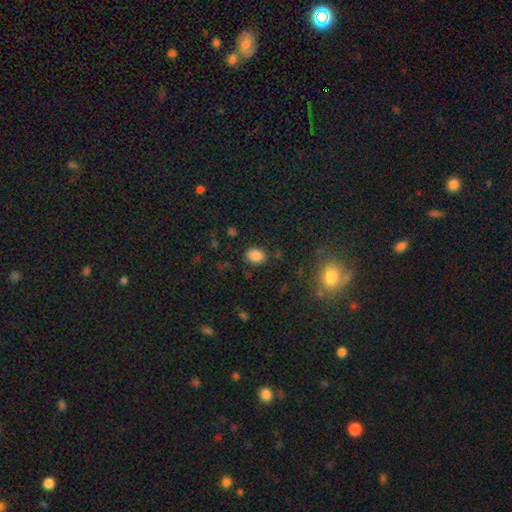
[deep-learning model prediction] smooth-or-featured: smooth: 84% | star or artifact: 12% | featured or disk: 4%
  how-rounded: in between: 64% | round: 35% | cigar-shaped: 1%
  merging: none: 82% | minor disturbance: 12% | major disturbance: 4% | merger: 2%